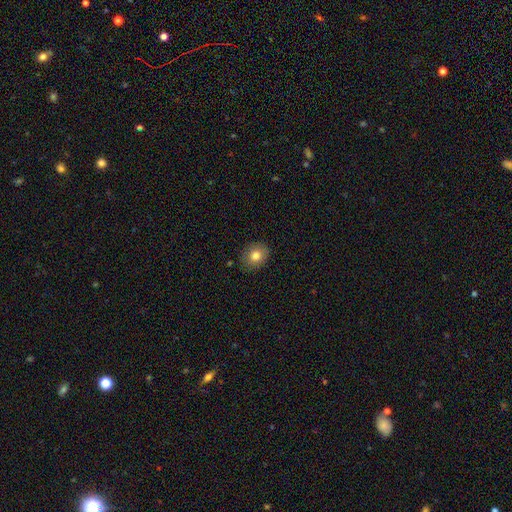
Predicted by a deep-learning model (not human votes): Smooth or featured?
  - smooth: 80% *
  - featured or disk: 10%
  - star or artifact: 9%
How rounded?
  - round: 58% *
  - in between: 41%
  - cigar-shaped: 1%
Merging?
  - none: 86% *
  - minor disturbance: 11%
  - major disturbance: 2%
  - merger: 1%